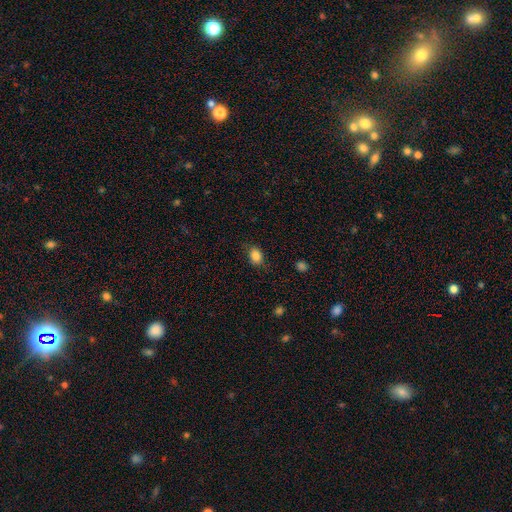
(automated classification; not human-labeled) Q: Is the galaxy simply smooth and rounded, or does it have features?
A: smooth — 86%.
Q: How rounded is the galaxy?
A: in between — 74%.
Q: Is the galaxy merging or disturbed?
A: none — 81%.